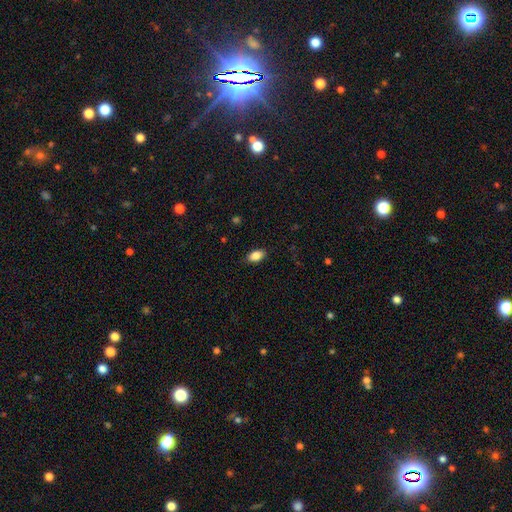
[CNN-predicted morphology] smooth-or-featured: smooth: 86% | star or artifact: 8% | featured or disk: 6%
  how-rounded: in between: 91% | round: 6% | cigar-shaped: 3%
  merging: none: 87% | minor disturbance: 10% | major disturbance: 2% | merger: 1%